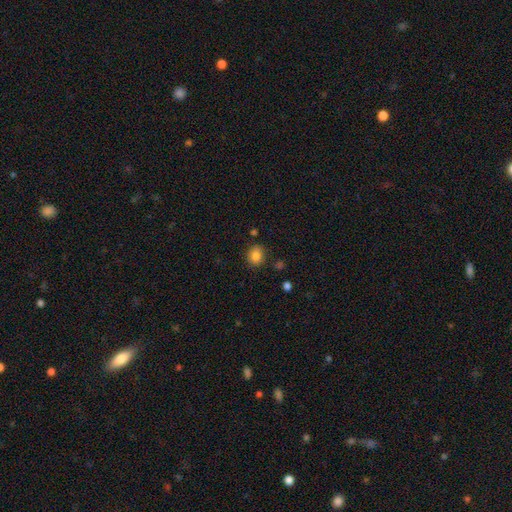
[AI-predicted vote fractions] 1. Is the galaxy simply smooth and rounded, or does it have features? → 83% smooth, 11% star or artifact, 6% featured or disk.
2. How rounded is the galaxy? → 68% round, 31% in between, 1% cigar-shaped.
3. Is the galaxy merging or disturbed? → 83% none, 11% minor disturbance, 3% major disturbance, 3% merger.